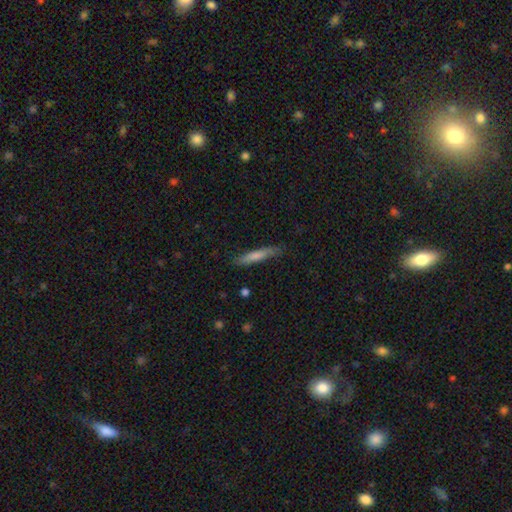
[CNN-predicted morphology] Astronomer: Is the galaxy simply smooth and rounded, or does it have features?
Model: smooth — 72%.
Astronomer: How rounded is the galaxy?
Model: cigar-shaped — 91%.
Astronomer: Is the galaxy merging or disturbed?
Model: none — 77%.